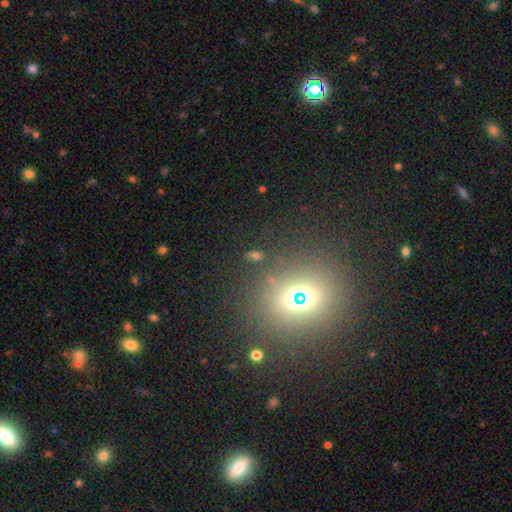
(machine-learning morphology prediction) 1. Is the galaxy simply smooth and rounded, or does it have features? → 45% smooth, 44% star or artifact, 11% featured or disk.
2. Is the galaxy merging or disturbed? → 80% none, 10% minor disturbance, 6% merger, 5% major disturbance.